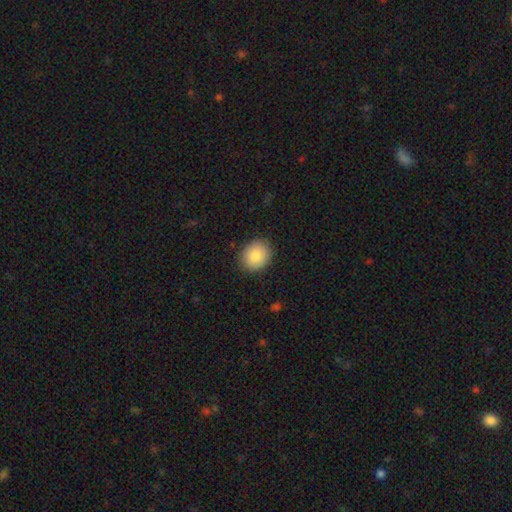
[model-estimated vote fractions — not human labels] Smooth or featured? Predicted: smooth (p=0.86). How rounded? Predicted: round (p=0.59). Merging? Predicted: none (p=0.87).